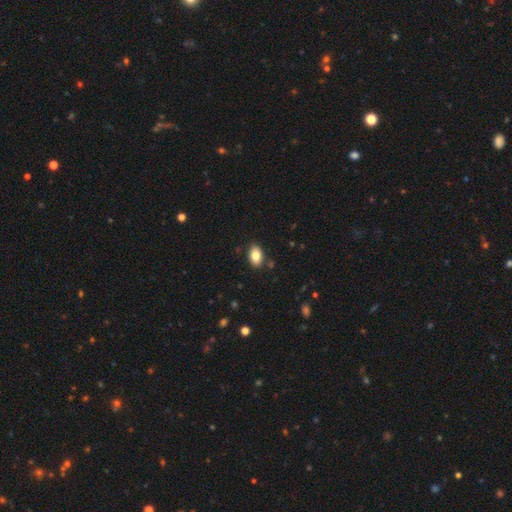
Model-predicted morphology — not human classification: A smooth galaxy with no disk features (82%) that is in between round and cigar-shaped (90%).

Vote fractions:
- Smooth or featured? smooth: 82% / featured or disk: 10% / star or artifact: 8%
- How rounded? in between: 90% / round: 8% / cigar-shaped: 2%
- Merging? none: 86% / minor disturbance: 10% / major disturbance: 2% / merger: 2%